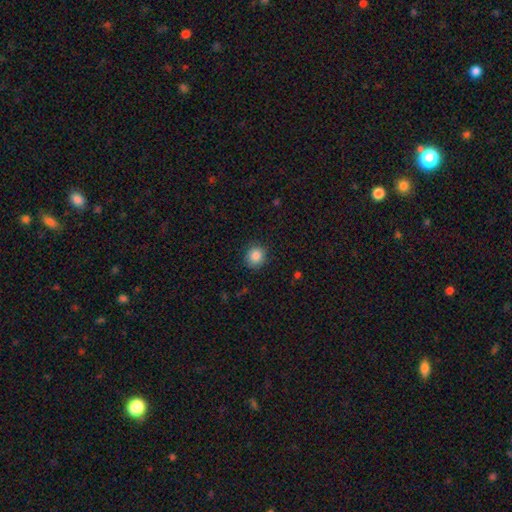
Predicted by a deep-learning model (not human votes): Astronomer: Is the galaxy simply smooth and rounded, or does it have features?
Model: smooth — 86%.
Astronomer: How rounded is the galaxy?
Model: round — 87%.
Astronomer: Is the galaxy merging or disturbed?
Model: none — 87%.